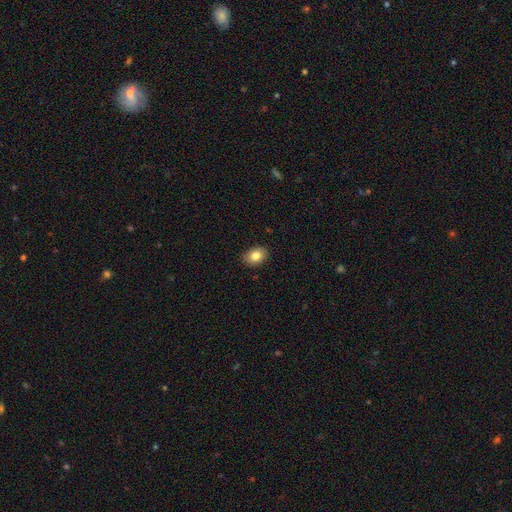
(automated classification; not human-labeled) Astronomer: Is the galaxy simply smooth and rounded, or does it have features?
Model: smooth — 83%.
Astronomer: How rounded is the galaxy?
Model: in between — 74%.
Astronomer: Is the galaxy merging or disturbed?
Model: none — 87%.